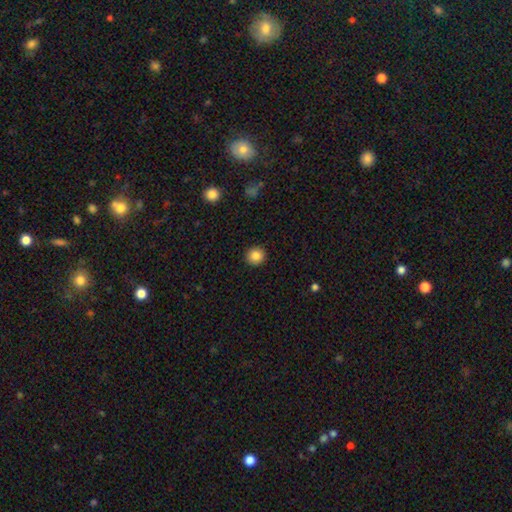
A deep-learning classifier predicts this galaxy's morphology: Overall: smooth (85%). How rounded: round (91%). Merging: none (92%).